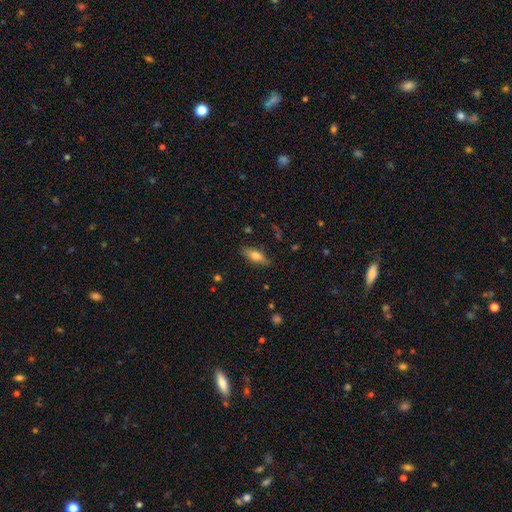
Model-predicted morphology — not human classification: A smooth galaxy with no disk features (69%) that is in between round and cigar-shaped (65%).

Vote fractions:
- Smooth or featured? smooth: 69% / featured or disk: 24% / star or artifact: 8%
- How rounded? in between: 65% / cigar-shaped: 32% / round: 3%
- Merging? none: 82% / minor disturbance: 13% / major disturbance: 3% / merger: 2%